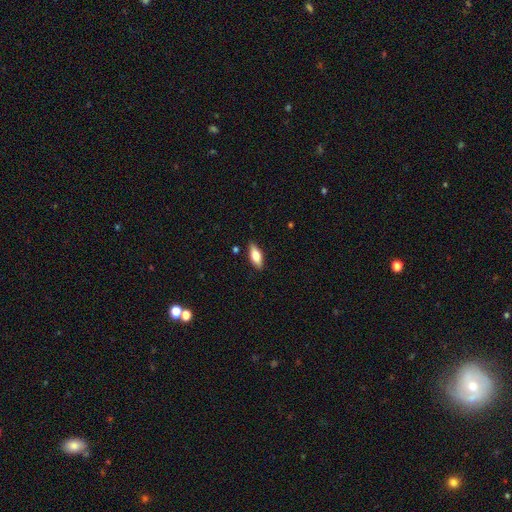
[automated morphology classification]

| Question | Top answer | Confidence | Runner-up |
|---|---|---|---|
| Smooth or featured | smooth | 71% | featured or disk (22%) |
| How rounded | in between | 75% | cigar-shaped (23%) |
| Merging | none | 86% | minor disturbance (11%) |